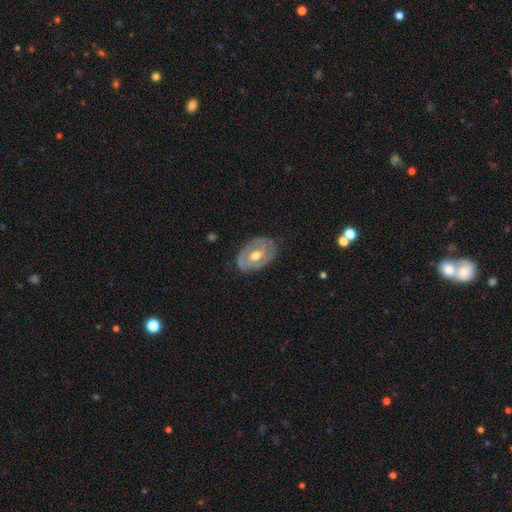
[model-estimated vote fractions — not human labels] Morphology: type=featured or disk (67%); edge-on=no (94%); bar=no (56%); spiral arms=no (53%); bulge=moderate (78%); merging=none (75%).